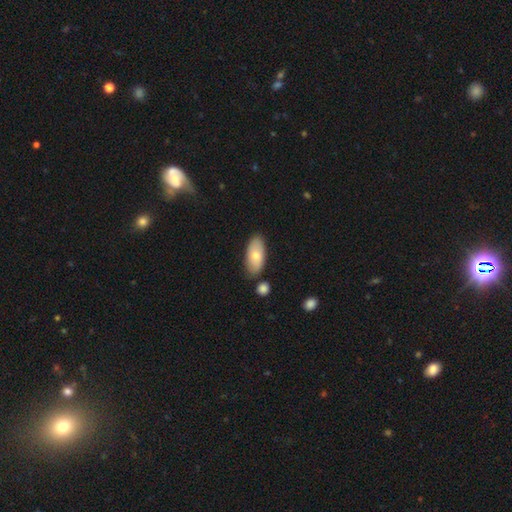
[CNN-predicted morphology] This appears to be a smooth galaxy with no disk features (73%) that is in between round and cigar-shaped (91%). Merging: none (77%).